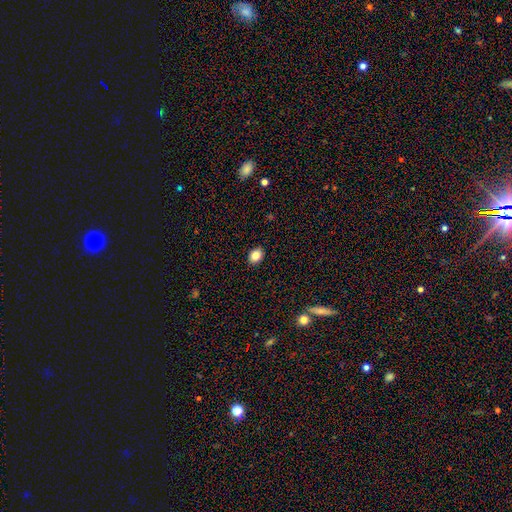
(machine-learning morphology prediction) Overall: smooth (83%). How rounded: in between (58%; round 41%). Merging: none (90%).